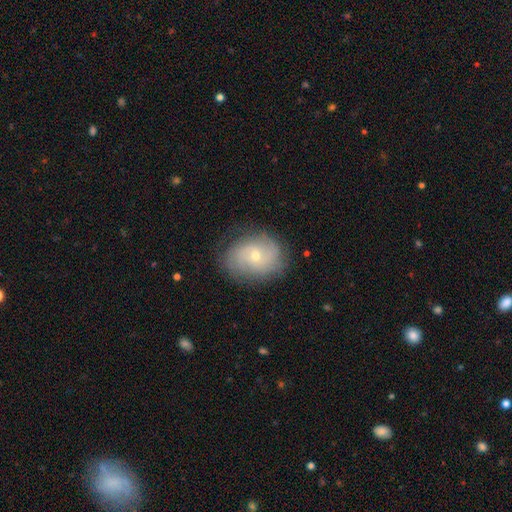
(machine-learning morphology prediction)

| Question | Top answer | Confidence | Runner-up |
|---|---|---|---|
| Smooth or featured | featured or disk | 63% | smooth (28%) |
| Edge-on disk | no | 96% | yes (4%) |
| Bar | no | 75% | weak (22%) |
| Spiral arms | yes | 84% | no (16%) |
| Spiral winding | tight | 49% | medium (35%) |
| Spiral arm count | can't tell | 41% | 2 (30%) |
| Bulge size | small | 67% | moderate (30%) |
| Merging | none | 78% | minor disturbance (16%) |